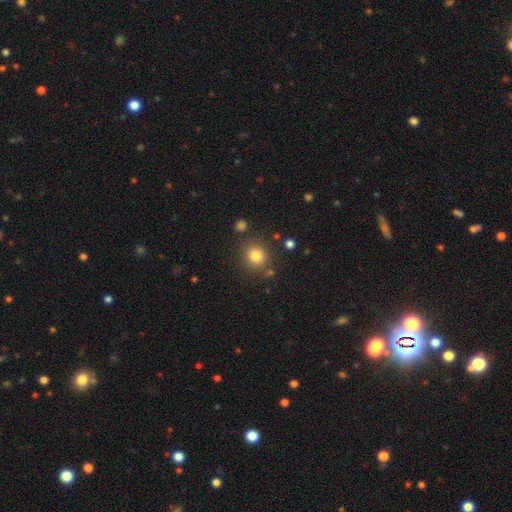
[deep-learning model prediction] smooth 81%, star or artifact 12%, featured or disk 7%. Down the decision tree: how rounded — round (89%); merging — none (83%).